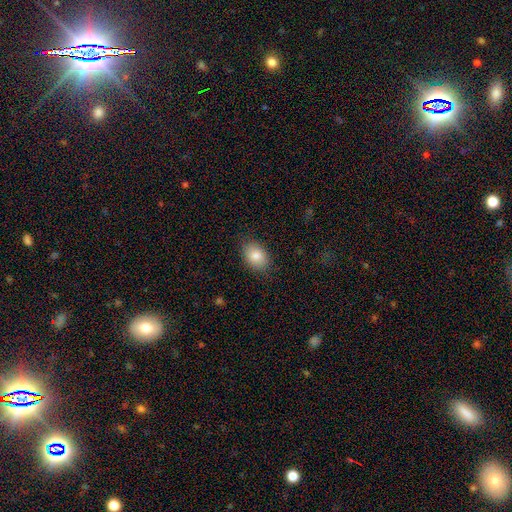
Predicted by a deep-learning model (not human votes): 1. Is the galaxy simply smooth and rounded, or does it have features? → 84% smooth, 9% featured or disk, 7% star or artifact.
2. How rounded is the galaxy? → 78% in between, 21% round, 1% cigar-shaped.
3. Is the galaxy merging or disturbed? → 84% none, 12% minor disturbance, 3% major disturbance, 1% merger.